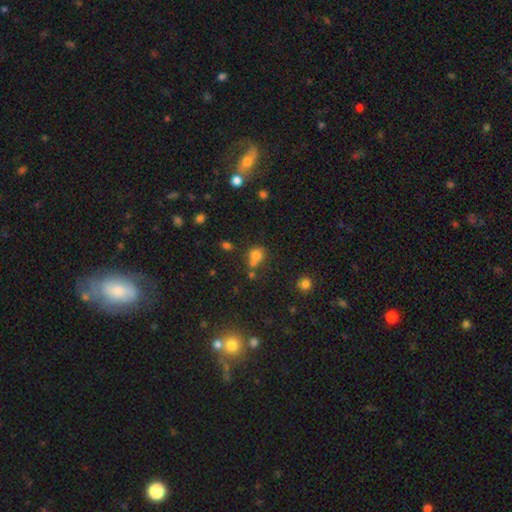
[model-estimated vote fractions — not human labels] smooth_or_featured: smooth (p=0.74) [alt: star or artifact p=0.17]
how_rounded: round (p=0.73) [alt: in between p=0.26]
merging: none (p=0.44) [alt: merger p=0.36]